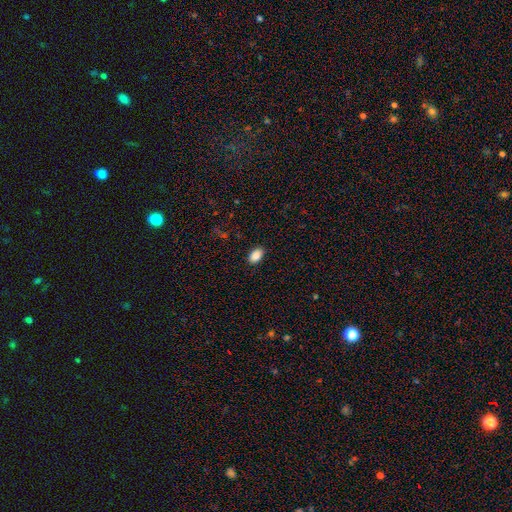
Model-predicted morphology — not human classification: type=smooth (89%); roundness=in between (91%); merging=none (87%).